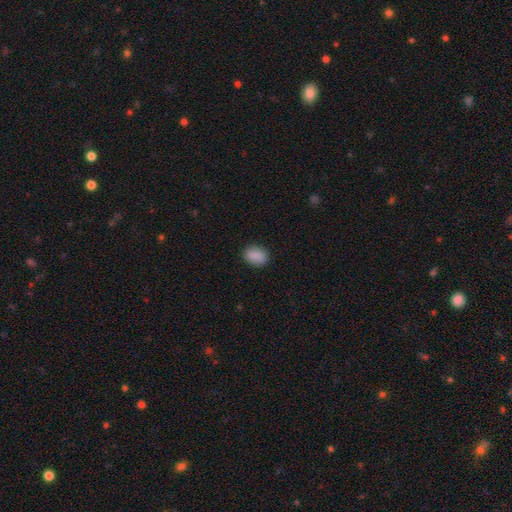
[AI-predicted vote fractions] A smooth galaxy with no disk features (88%) that is in between round and cigar-shaped (73%).

Vote fractions:
- Smooth or featured? smooth: 88% / star or artifact: 8% / featured or disk: 4%
- How rounded? in between: 73% / round: 26% / cigar-shaped: 2%
- Merging? none: 86% / minor disturbance: 10% / major disturbance: 3% / merger: 1%